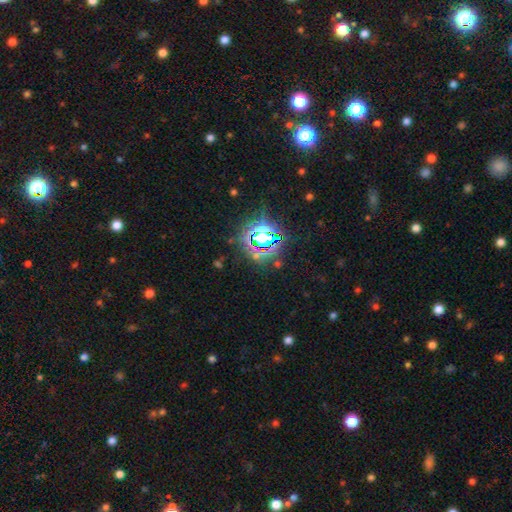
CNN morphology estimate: This is likely a star or artifact rather than a galaxy (79%).